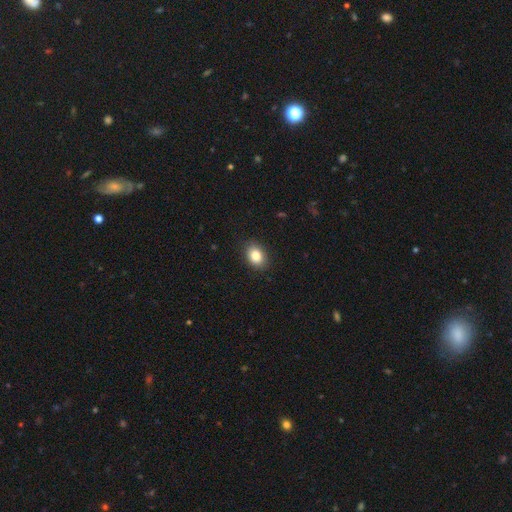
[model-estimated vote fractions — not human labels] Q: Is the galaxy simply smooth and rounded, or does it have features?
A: smooth — 85%.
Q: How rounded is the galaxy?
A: in between — 74%.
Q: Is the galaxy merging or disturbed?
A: none — 88%.